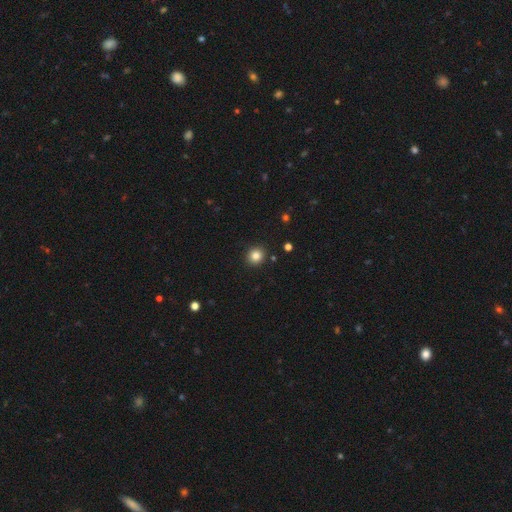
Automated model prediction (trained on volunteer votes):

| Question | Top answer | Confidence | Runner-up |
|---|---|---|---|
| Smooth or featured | smooth | 84% | star or artifact (12%) |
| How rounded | round | 89% | in between (10%) |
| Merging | none | 91% | minor disturbance (6%) |